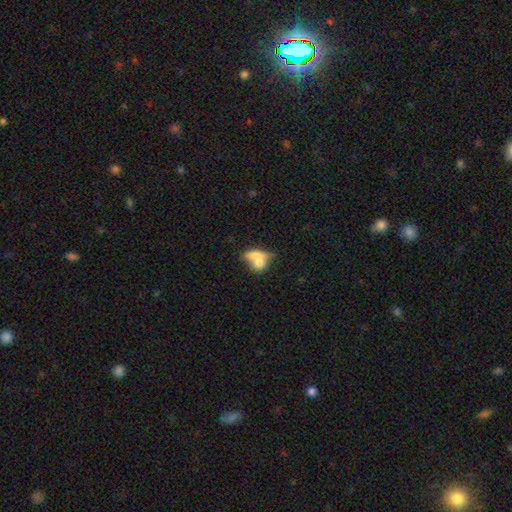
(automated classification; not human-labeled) Smooth or featured? smooth (67%)
How rounded? in between (61%)
Merging? merger (63%)